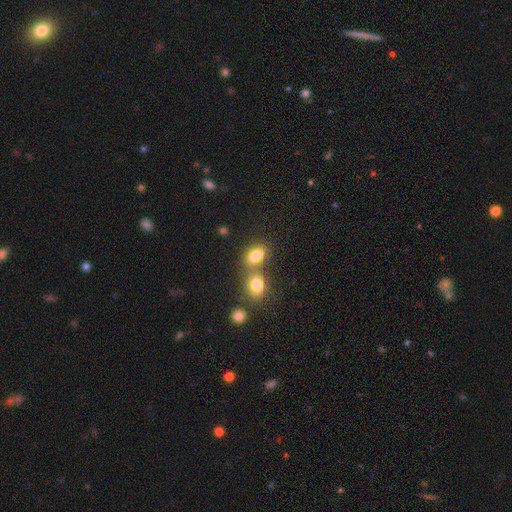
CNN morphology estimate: A smooth galaxy with no disk features (80%) that is in between round and cigar-shaped (72%).

Vote fractions:
- Smooth or featured? smooth: 80% / star or artifact: 12% / featured or disk: 9%
- How rounded? in between: 72% / round: 27% / cigar-shaped: 2%
- Merging? none: 45% / merger: 42% / minor disturbance: 10% / major disturbance: 4%